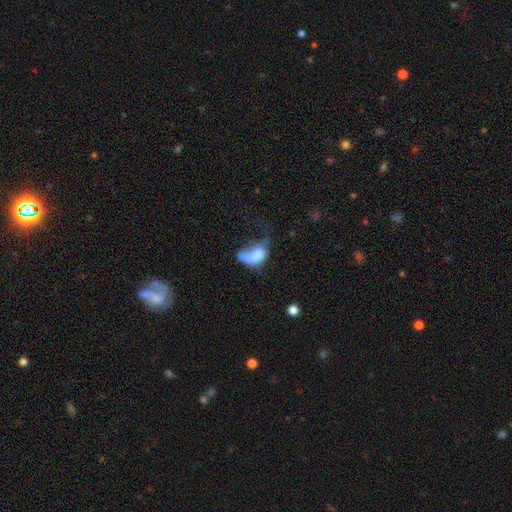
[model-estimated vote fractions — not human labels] Smooth or featured?
  - smooth: 63% *
  - featured or disk: 26%
  - star or artifact: 10%
How rounded?
  - in between: 86% *
  - round: 11%
  - cigar-shaped: 3%
Merging?
  - major disturbance: 48% *
  - merger: 23%
  - minor disturbance: 17%
  - none: 13%